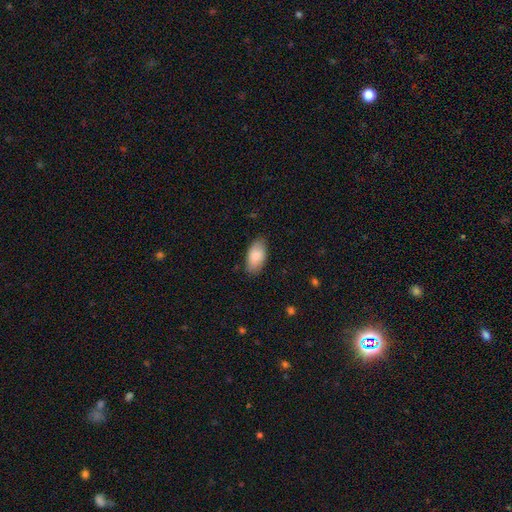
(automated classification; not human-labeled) A smooth galaxy with no disk features (85%) that is in between round and cigar-shaped (93%).

Vote fractions:
- Smooth or featured? smooth: 85% / featured or disk: 9% / star or artifact: 6%
- How rounded? in between: 93% / round: 3% / cigar-shaped: 3%
- Merging? none: 80% / minor disturbance: 16% / major disturbance: 3% / merger: 1%